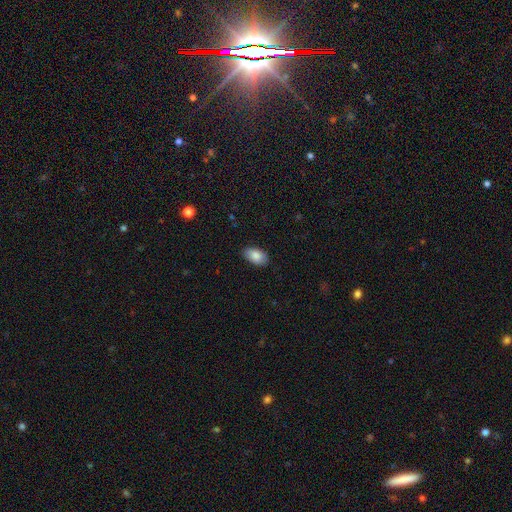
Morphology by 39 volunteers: This appears to be a smooth galaxy with no disk features (79%) that is in between round and cigar-shaped (94%). Merging: none (86%).